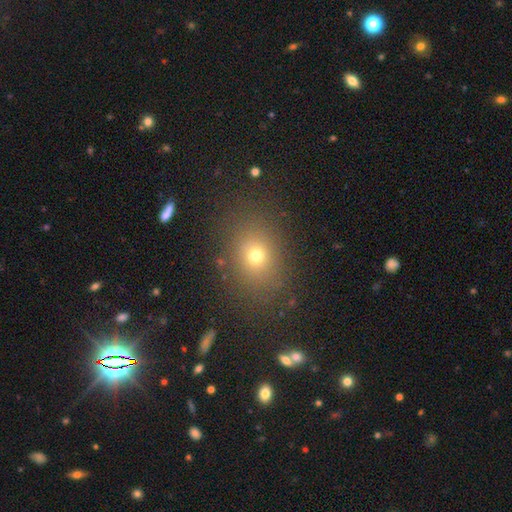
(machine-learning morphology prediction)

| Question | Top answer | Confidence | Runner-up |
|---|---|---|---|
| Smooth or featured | smooth | 68% | star or artifact (20%) |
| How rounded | in between | 50% | round (49%) |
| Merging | none | 83% | minor disturbance (10%) |